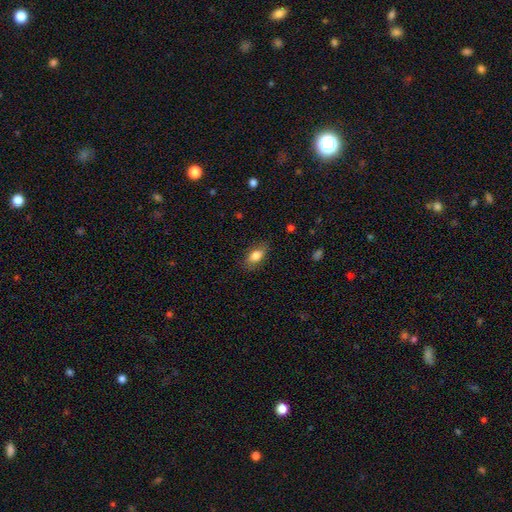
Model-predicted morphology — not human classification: Smooth or featured: smooth — 82% (featured or disk — 10%)
How rounded: in between — 87% (round — 8%)
Merging: none — 81% (minor disturbance — 14%)